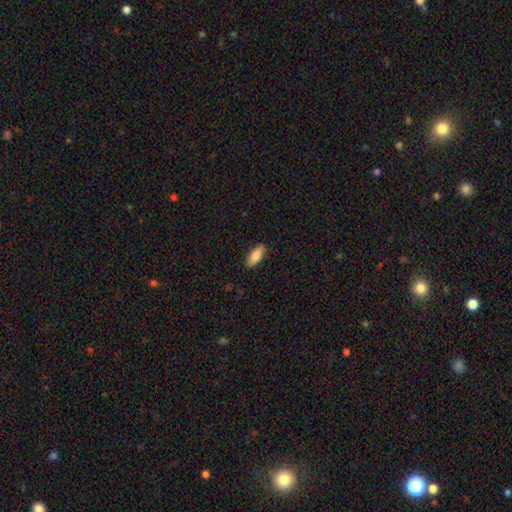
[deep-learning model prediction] smooth_or_featured: smooth (p=0.86) [alt: featured or disk p=0.08]
how_rounded: in between (p=0.81) [alt: cigar-shaped p=0.17]
merging: none (p=0.88) [alt: minor disturbance p=0.09]